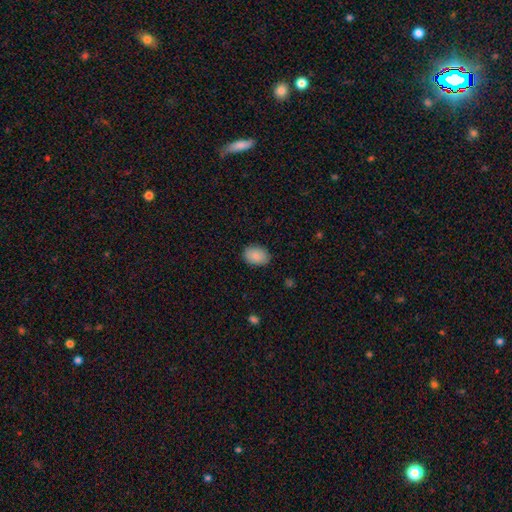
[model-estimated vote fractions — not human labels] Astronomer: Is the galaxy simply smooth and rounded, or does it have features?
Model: smooth — 88%.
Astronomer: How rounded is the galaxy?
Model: in between — 84%.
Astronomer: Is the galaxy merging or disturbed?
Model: none — 86%.